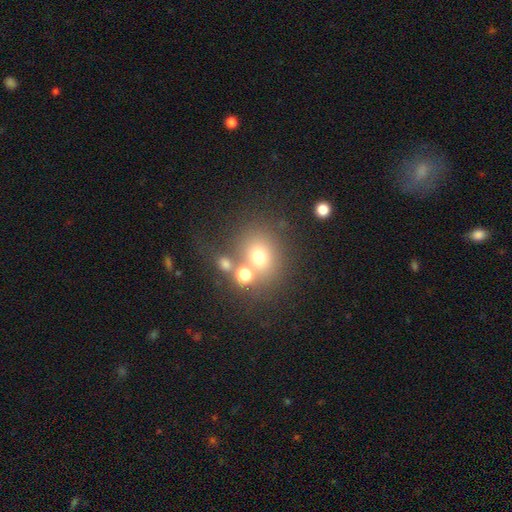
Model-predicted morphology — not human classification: Smooth or featured?
  - smooth: 67% *
  - star or artifact: 18%
  - featured or disk: 15%
How rounded?
  - round: 71% *
  - in between: 28%
  - cigar-shaped: 1%
Merging?
  - none: 56% *
  - merger: 25%
  - minor disturbance: 12%
  - major disturbance: 7%